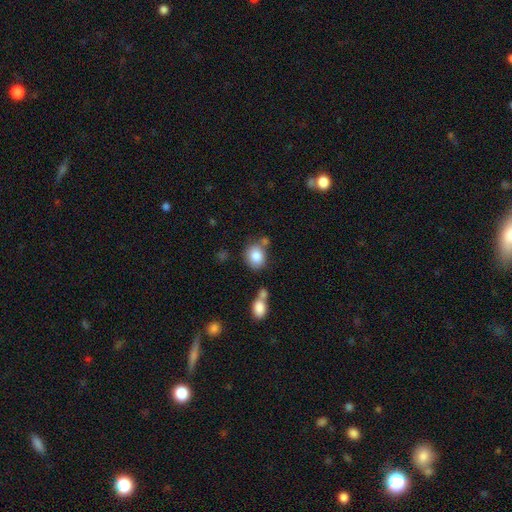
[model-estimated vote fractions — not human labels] Smooth or featured? smooth (83%)
How rounded? round (57%)
Merging? none (61%)